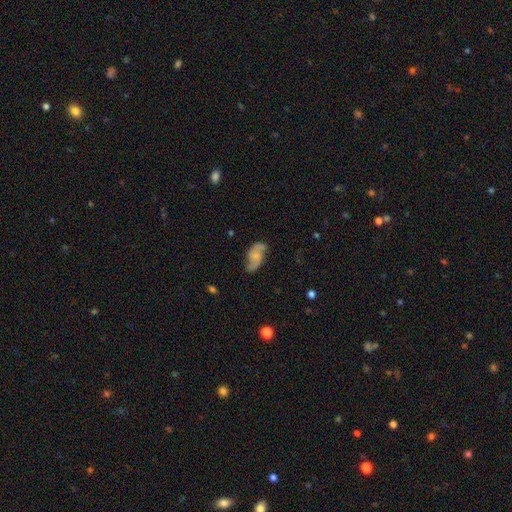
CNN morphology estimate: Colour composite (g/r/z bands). It shows a featured or disk galaxy (72%) with no bar (57%), 2 (91%) loose (53%) spiral arms (94%) and no central bulge (42%). Merging: none (68%).